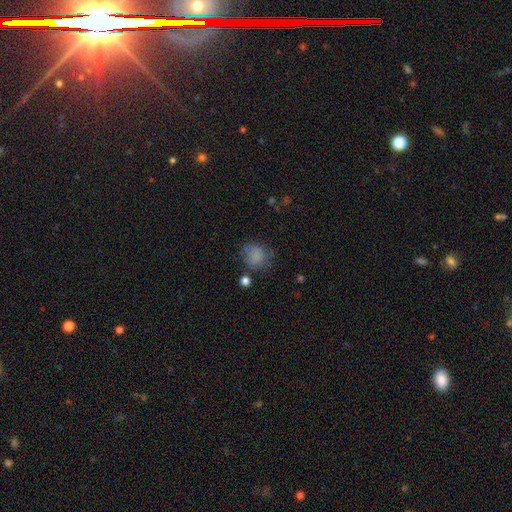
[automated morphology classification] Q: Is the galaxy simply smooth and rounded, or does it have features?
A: smooth — 78%.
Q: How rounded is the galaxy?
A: round — 71%.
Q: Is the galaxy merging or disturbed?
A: none — 59%.